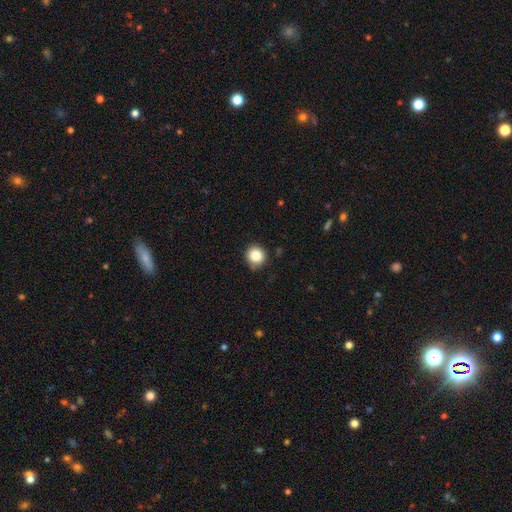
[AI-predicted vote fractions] smooth_or_featured: smooth (p=0.86) [alt: star or artifact p=0.10]
how_rounded: round (p=0.92) [alt: in between p=0.07]
merging: none (p=0.83) [alt: minor disturbance p=0.13]